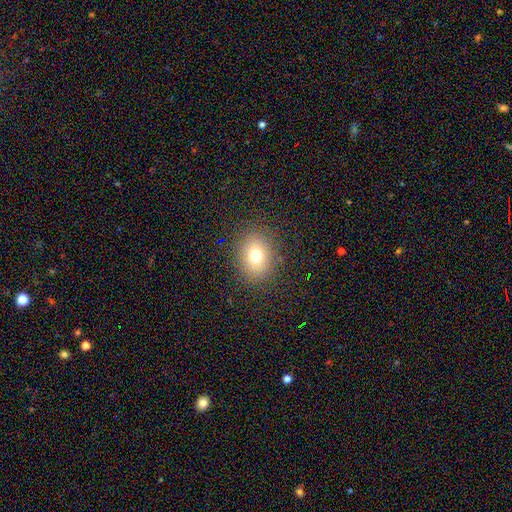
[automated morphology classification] type=smooth (73%); roundness=round (58%); merging=none (86%).